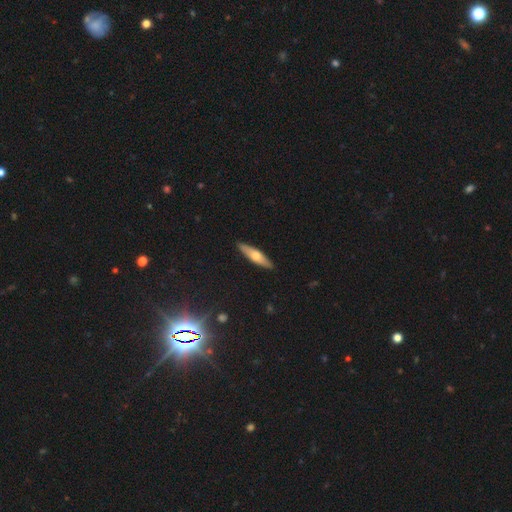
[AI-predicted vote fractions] Morphology: type=smooth (53%); roundness=cigar-shaped (72%); merging=none (90%).